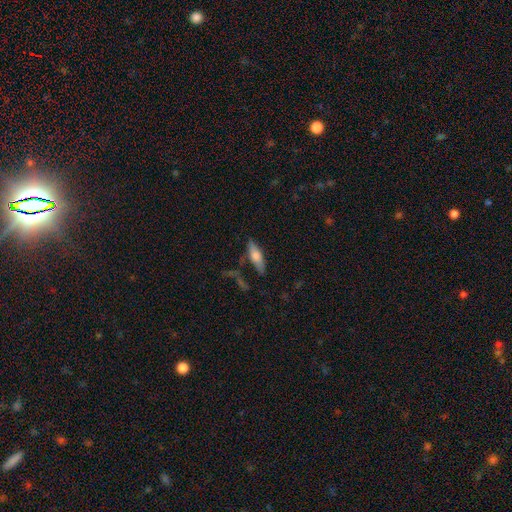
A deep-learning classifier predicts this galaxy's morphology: The model was most divided on "how rounded": cigar-shaped: 50%, in between: 48%, round: 3%. More confident: merging — none (72%); smooth or featured — smooth (60%).